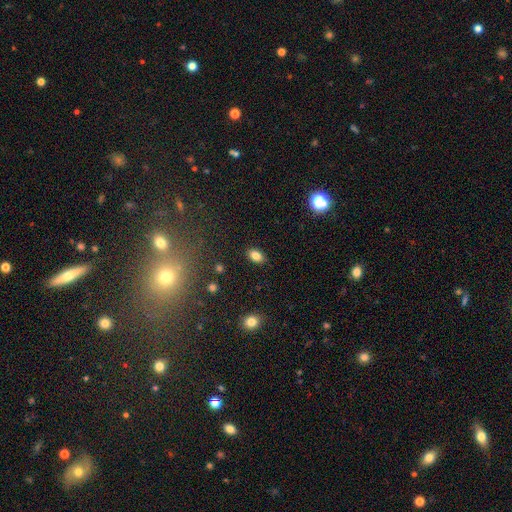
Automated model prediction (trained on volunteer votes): Smooth or featured: smooth — 84% (star or artifact — 10%)
How rounded: in between — 87% (round — 11%)
Merging: none — 87% (minor disturbance — 9%)